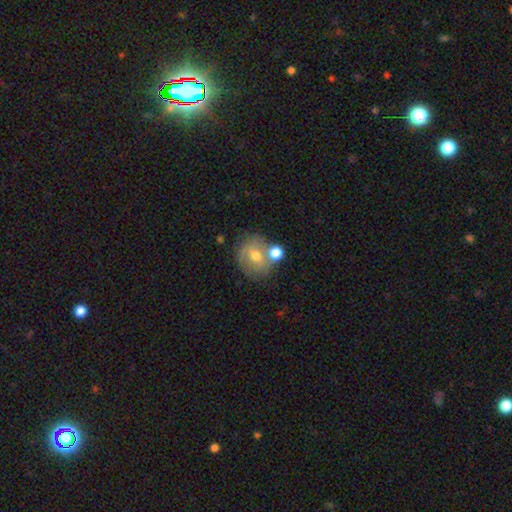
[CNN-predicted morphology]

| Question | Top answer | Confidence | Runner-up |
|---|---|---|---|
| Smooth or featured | smooth | 49% | featured or disk (42%) |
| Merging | none | 48% | merger (30%) |